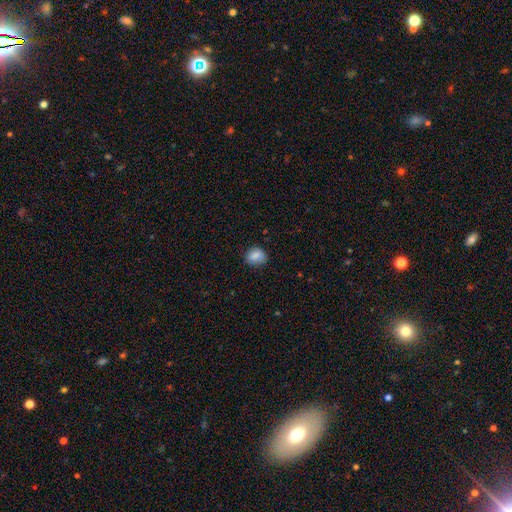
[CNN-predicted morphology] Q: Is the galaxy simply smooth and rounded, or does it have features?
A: smooth — 83%.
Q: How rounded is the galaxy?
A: round — 57%.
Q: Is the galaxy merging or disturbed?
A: none — 72%.